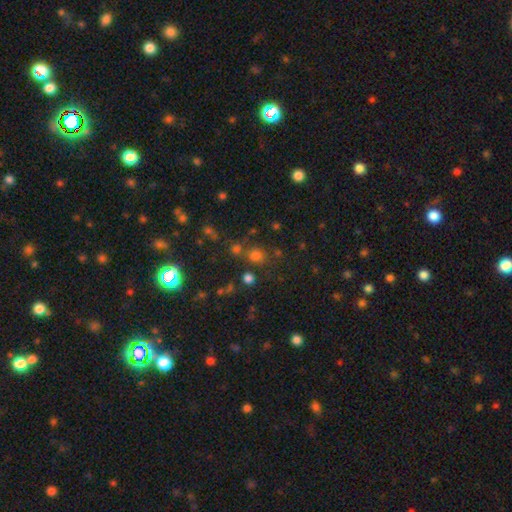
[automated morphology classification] Smooth or featured? Predicted: smooth (p=0.62). How rounded? Predicted: round (p=0.83). Merging? Predicted: none (p=0.73).